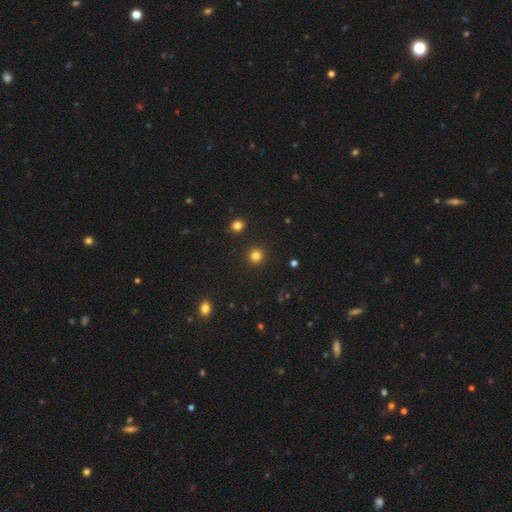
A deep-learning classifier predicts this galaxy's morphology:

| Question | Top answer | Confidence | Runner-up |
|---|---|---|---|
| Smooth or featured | smooth | 81% | star or artifact (14%) |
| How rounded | round | 95% | in between (5%) |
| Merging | none | 92% | minor disturbance (4%) |